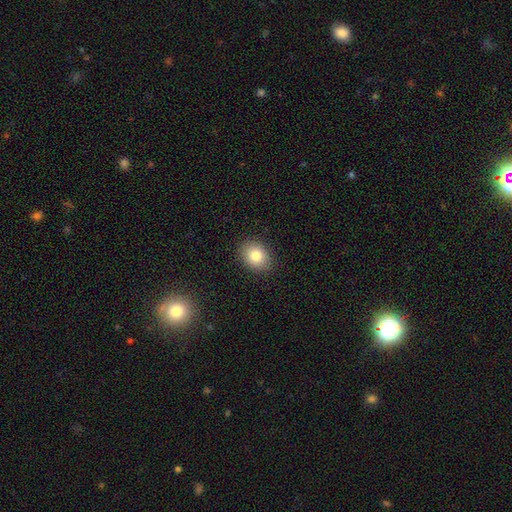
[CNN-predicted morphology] The model was most divided on "how rounded": in between: 56%, round: 43%, cigar-shaped: 1%. More confident: merging — none (89%); smooth or featured — smooth (82%).